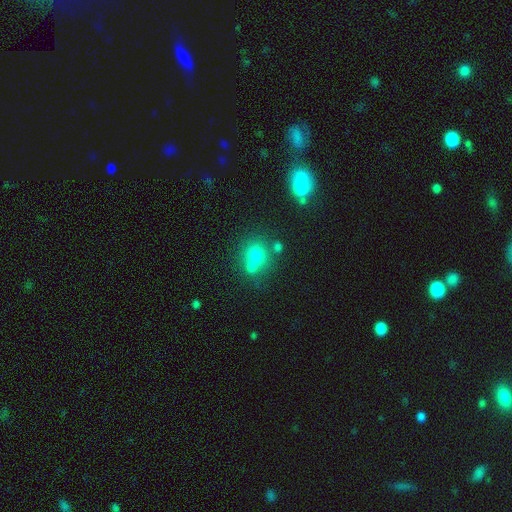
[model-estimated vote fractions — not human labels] This appears to be a smooth galaxy with no disk features (71%) that is round (84%). Merging: none (51%).